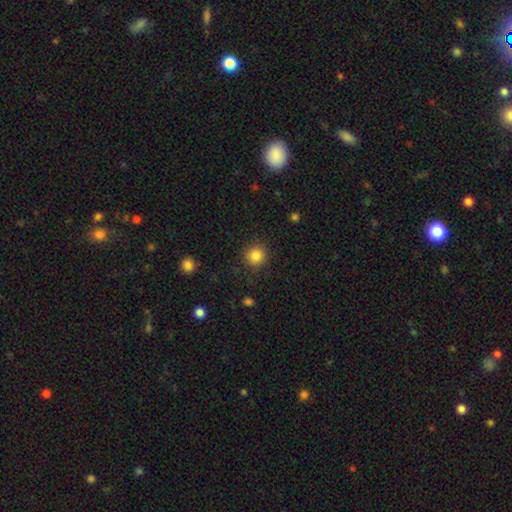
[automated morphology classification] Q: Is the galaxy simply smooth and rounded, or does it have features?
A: smooth — 85%.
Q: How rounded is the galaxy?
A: round — 92%.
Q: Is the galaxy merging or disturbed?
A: none — 89%.